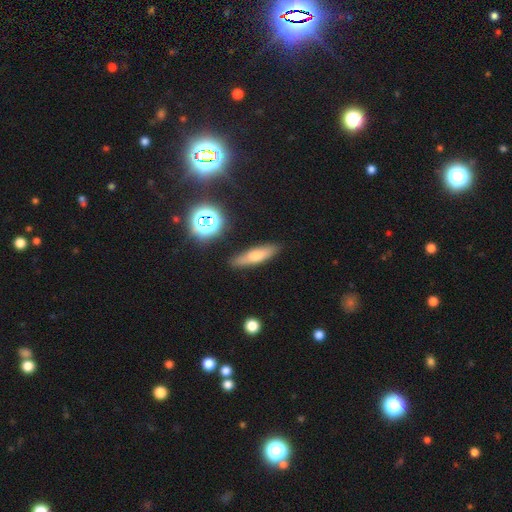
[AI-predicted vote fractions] smooth 57%, featured or disk 30%, star or artifact 13%. Down the decision tree: how rounded — cigar-shaped (67%); merging — none (87%).